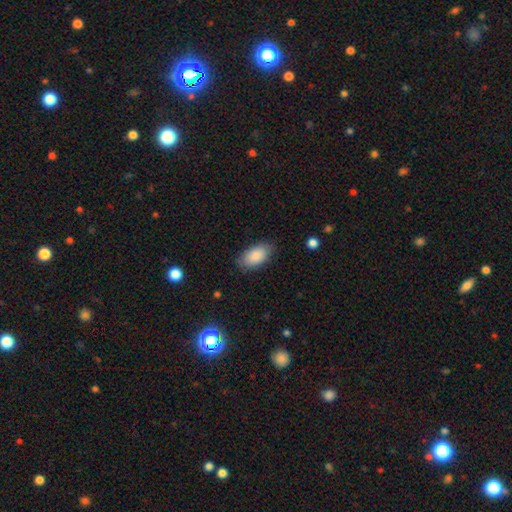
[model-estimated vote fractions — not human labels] Q: Smooth or featured?
A: smooth (89%); runner-up: star or artifact (6%)
Q: How rounded?
A: in between (94%); runner-up: round (3%)
Q: Merging?
A: none (83%); runner-up: minor disturbance (13%)